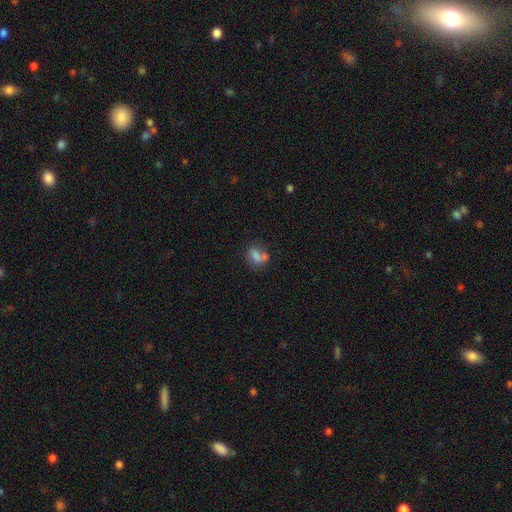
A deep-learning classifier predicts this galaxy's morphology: Q: Smooth or featured?
A: smooth (70%); runner-up: featured or disk (19%)
Q: How rounded?
A: in between (69%); runner-up: round (27%)
Q: Merging?
A: none (36%); tied with: merger (36%)